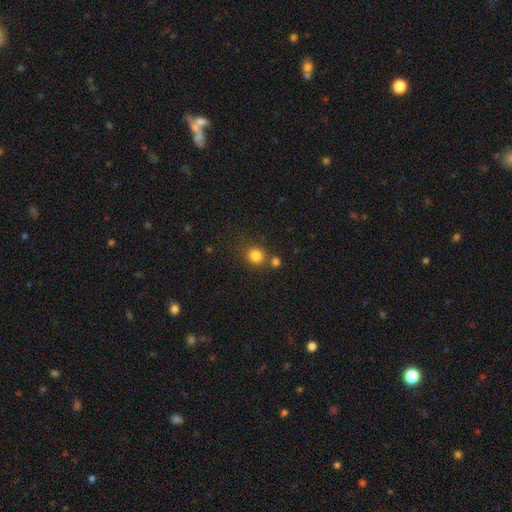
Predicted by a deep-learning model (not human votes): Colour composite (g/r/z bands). It shows a smooth galaxy with no disk features (82%) that is round (87%). Merging: none (73%).